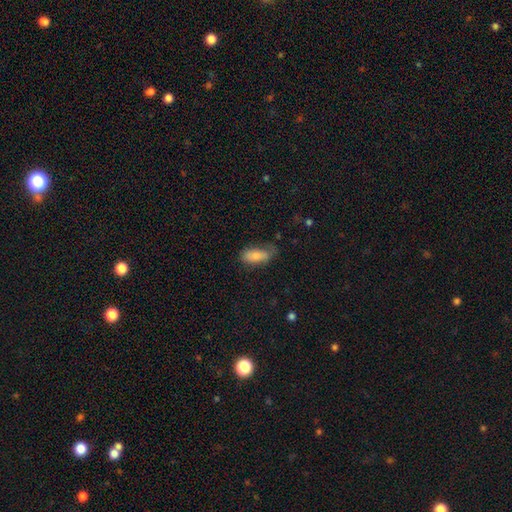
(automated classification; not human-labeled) smooth-or-featured: smooth: 81% | featured or disk: 12% | star or artifact: 7%
  how-rounded: in between: 82% | cigar-shaped: 15% | round: 2%
  merging: none: 56% | minor disturbance: 31% | major disturbance: 11% | merger: 2%